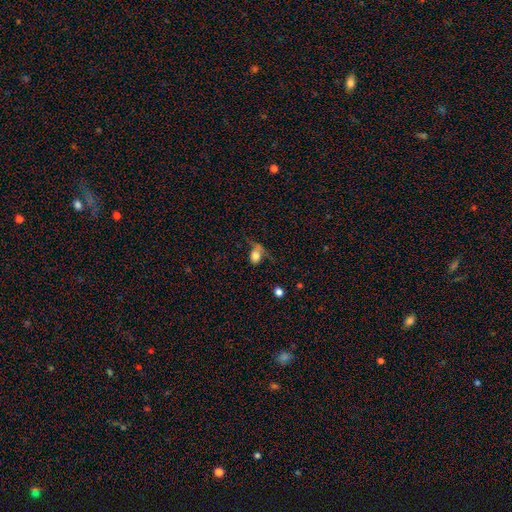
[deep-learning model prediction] smooth-or-featured: smooth: 73% | featured or disk: 17% | star or artifact: 11%
  how-rounded: in between: 67% | round: 30% | cigar-shaped: 2%
  merging: major disturbance: 37% | none: 30% | minor disturbance: 26% | merger: 7%